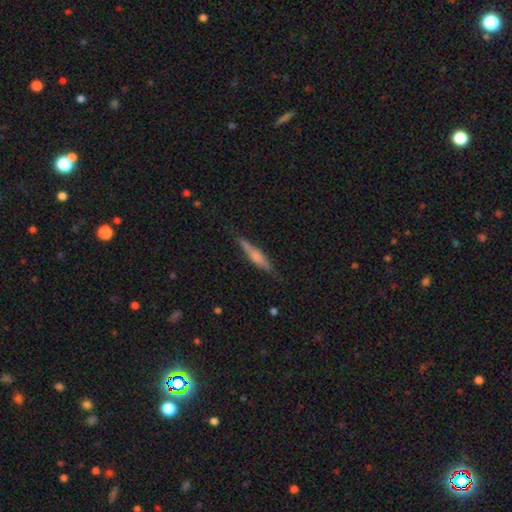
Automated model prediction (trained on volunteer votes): This is possibly a featured or disk galaxy (51%). It is clearly viewed edge-on (95%). Merging: clearly none (81%).